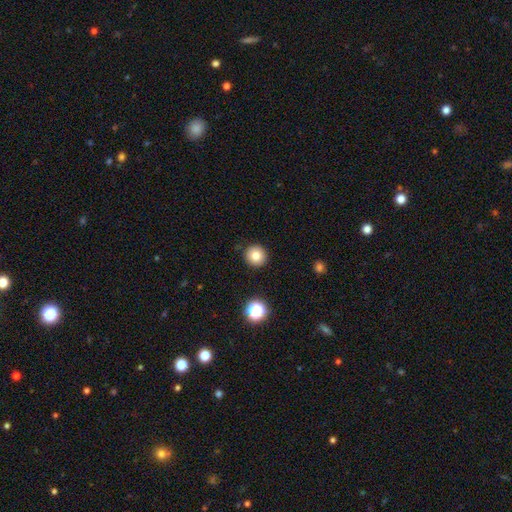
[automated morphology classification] smooth_or_featured: smooth (p=0.81) [alt: star or artifact p=0.11]
how_rounded: round (p=0.95) [alt: in between p=0.05]
merging: none (p=0.91) [alt: minor disturbance p=0.06]